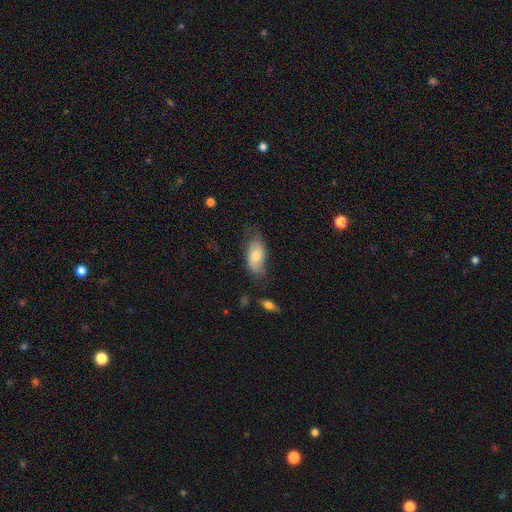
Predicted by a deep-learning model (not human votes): Smooth or featured: smooth — 66% (featured or disk — 27%)
How rounded: in between — 89% (cigar-shaped — 7%)
Merging: none — 60% (minor disturbance — 28%)